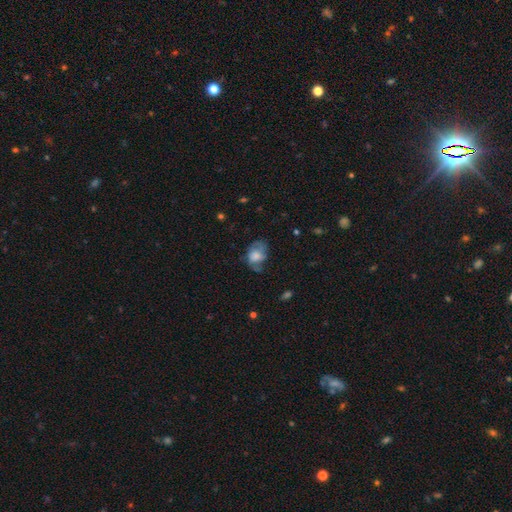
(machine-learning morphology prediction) Overall: smooth (48%; featured or disk 44%). Merging: none (49%; minor disturbance 29%).